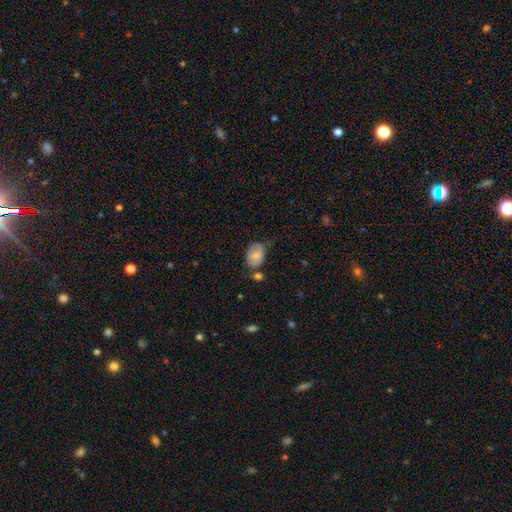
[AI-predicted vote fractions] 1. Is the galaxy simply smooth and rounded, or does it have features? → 76% smooth, 17% featured or disk, 7% star or artifact.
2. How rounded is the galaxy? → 81% in between, 18% round, 1% cigar-shaped.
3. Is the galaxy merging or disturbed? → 51% none, 30% minor disturbance, 11% merger, 8% major disturbance.